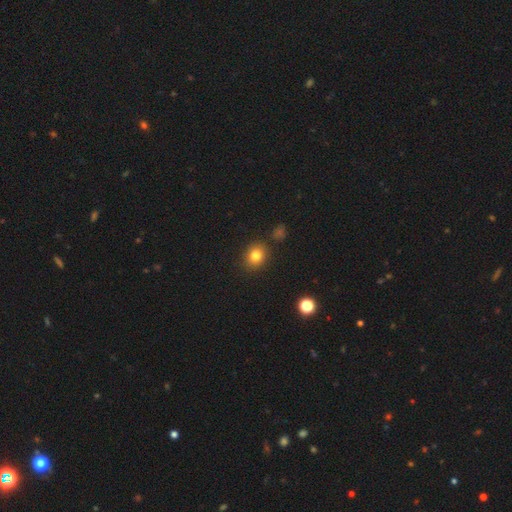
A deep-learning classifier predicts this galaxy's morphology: type=smooth (81%); roundness=round (67%); merging=none (86%).